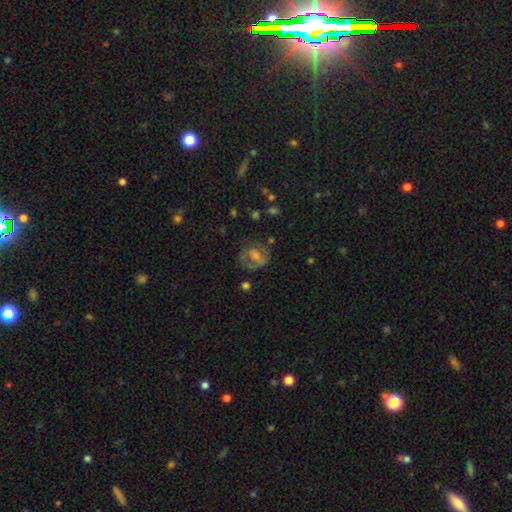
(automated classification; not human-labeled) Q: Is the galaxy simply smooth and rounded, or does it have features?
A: featured or disk — 49%.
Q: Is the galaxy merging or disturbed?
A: none — 63%.